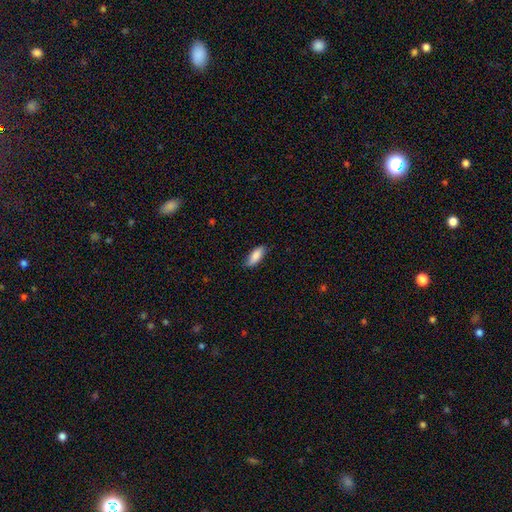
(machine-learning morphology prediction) A smooth galaxy with no disk features (86%) that is in between round and cigar-shaped (78%). Merging: none (79%).